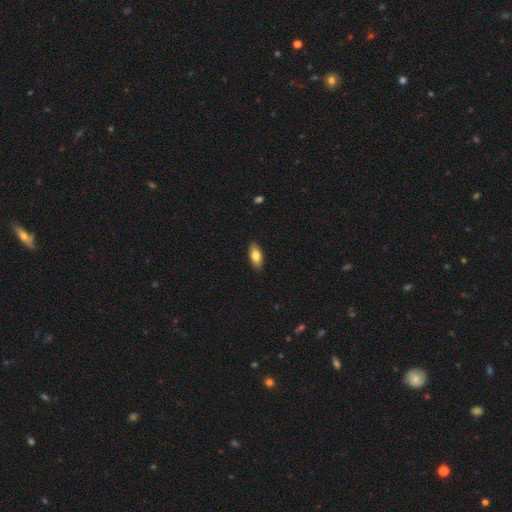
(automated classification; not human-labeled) Smooth or featured? smooth (81%)
How rounded? in between (87%)
Merging? none (89%)